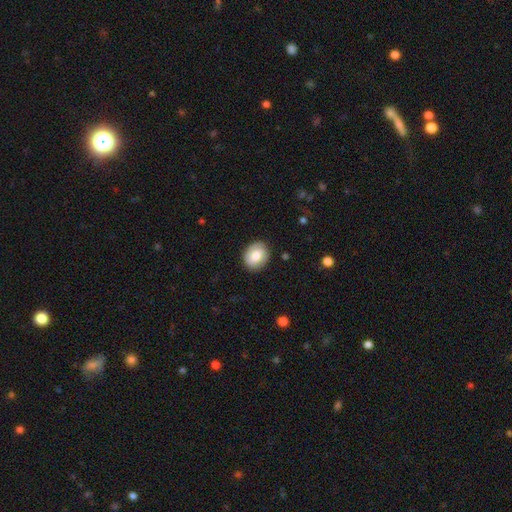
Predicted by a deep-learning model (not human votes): Smooth or featured?
  - smooth: 68% *
  - featured or disk: 25%
  - star or artifact: 7%
How rounded?
  - in between: 54% *
  - round: 45%
  - cigar-shaped: 1%
Merging?
  - none: 85% *
  - minor disturbance: 11%
  - major disturbance: 3%
  - merger: 1%